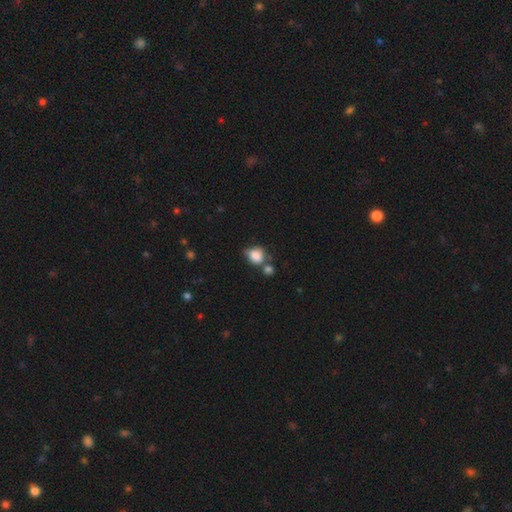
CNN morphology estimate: smooth-or-featured: smooth: 83% | star or artifact: 9% | featured or disk: 7%
  how-rounded: round: 58% | in between: 41% | cigar-shaped: 1%
  merging: none: 44% | merger: 29% | minor disturbance: 21% | major disturbance: 7%